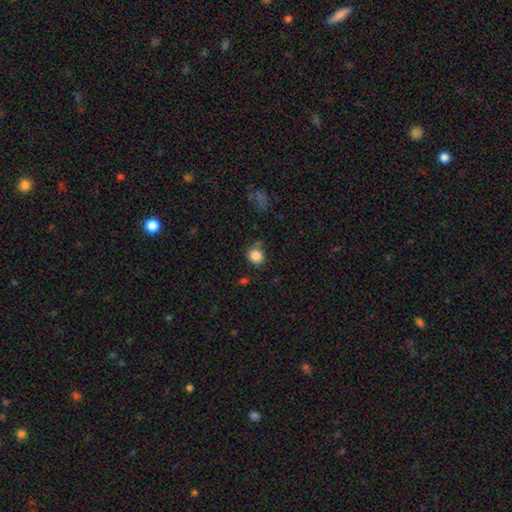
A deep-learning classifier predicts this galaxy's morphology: Smooth or featured? smooth (85%)
How rounded? round (81%)
Merging? none (73%)